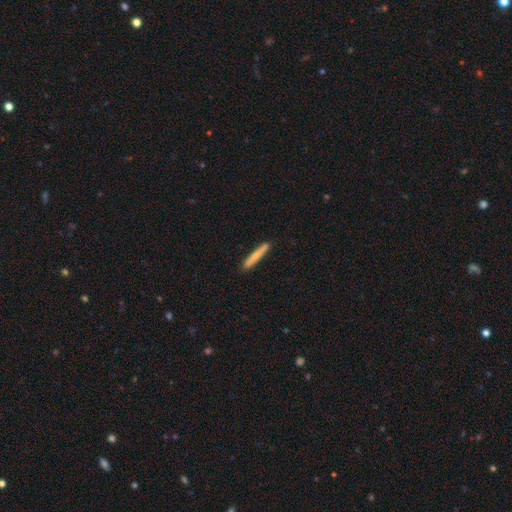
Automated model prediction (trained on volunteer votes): Smooth or featured: smooth — 71% (featured or disk — 23%)
How rounded: cigar-shaped — 95% (in between — 4%)
Merging: none — 86% (minor disturbance — 10%)